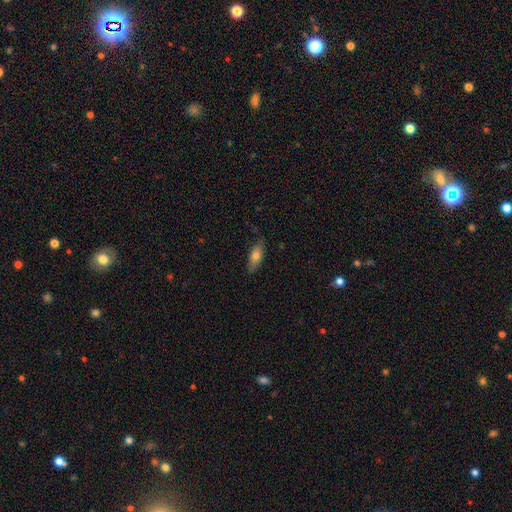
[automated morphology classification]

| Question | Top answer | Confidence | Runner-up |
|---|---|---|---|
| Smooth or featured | smooth | 69% | featured or disk (24%) |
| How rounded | in between | 66% | cigar-shaped (31%) |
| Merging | none | 80% | minor disturbance (16%) |